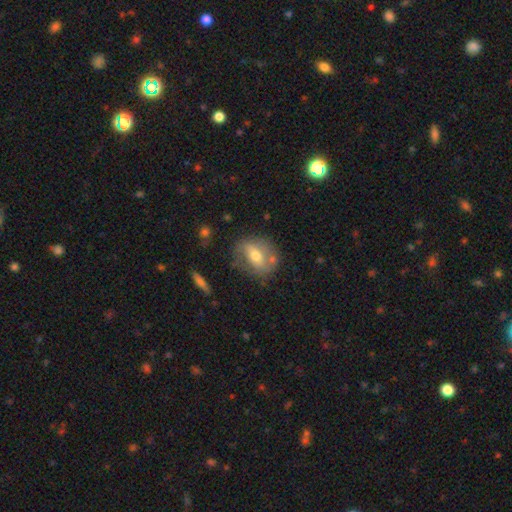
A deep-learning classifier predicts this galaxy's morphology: The model was most divided on "smooth or featured": featured or disk: 47%, smooth: 46%, star or artifact: 8%. More confident: merging — none (69%).